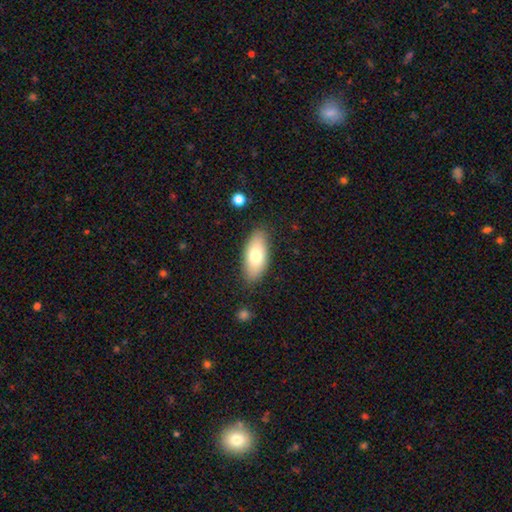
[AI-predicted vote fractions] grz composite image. It shows a smooth galaxy with no disk features (74%) that is in between round and cigar-shaped (86%). Merging: none (85%).